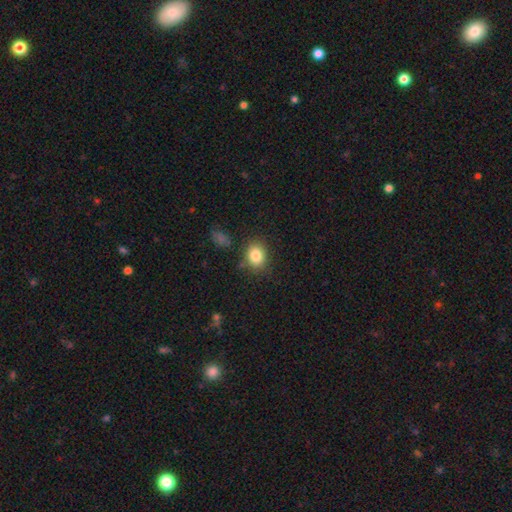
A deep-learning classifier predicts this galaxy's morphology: This is clearly a smooth galaxy (84%). How rounded: possibly round (52%). Merging: likely none (80%).